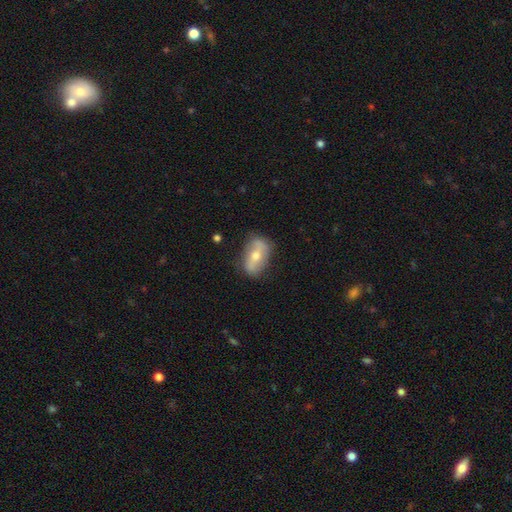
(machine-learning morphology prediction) Overall: featured or disk (49%; smooth 44%). Merging: none (73%).